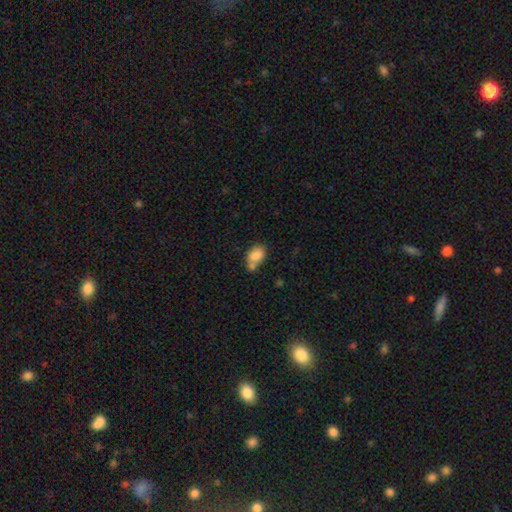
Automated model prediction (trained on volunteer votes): smooth 82%, featured or disk 10%, star or artifact 8%. Down the decision tree: how rounded — in between (78%); merging — none (41%).